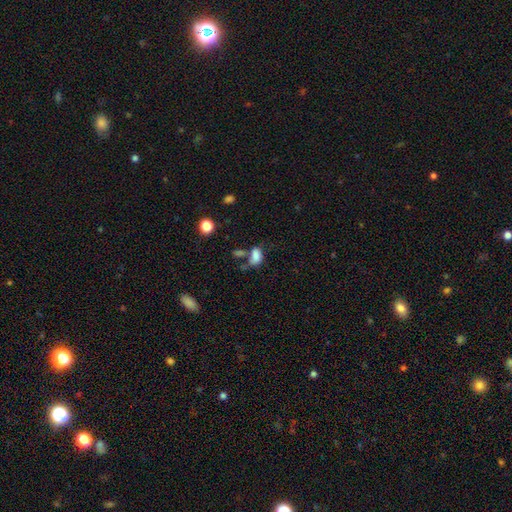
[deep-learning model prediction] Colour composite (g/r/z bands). It shows a smooth galaxy with no disk features (77%) that is in between round and cigar-shaped (88%). Merging: none (32%, tied with merger).